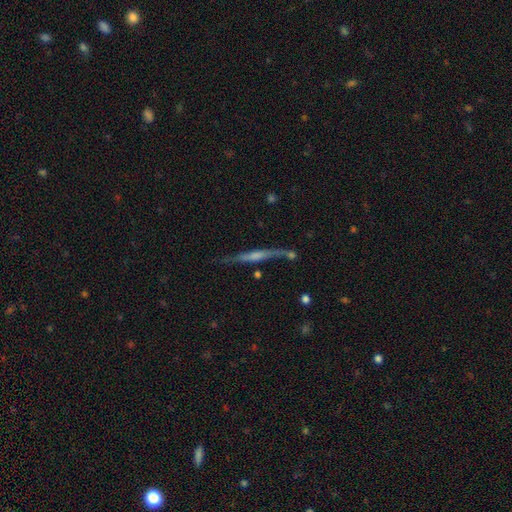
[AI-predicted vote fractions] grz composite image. It shows a featured or disk galaxy (72%) viewed edge-on (93%) with a rounded central bulge (64%). Merging: none (78%).